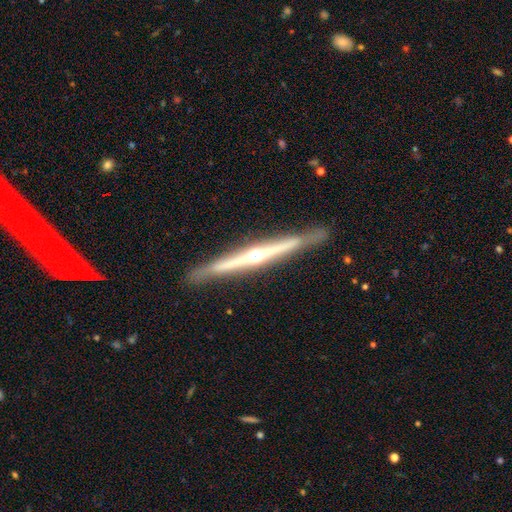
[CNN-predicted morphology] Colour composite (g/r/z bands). It shows a featured or disk galaxy (84%) viewed edge-on (98%) with a rounded central bulge (89%). Merging: none (89%).